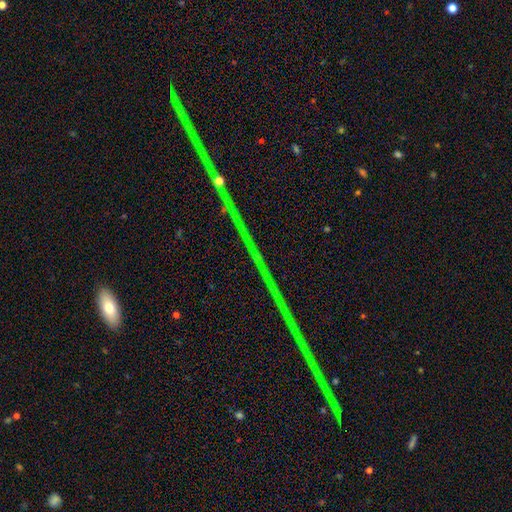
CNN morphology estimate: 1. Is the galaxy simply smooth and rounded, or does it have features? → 82% star or artifact, 10% featured or disk, 8% smooth.